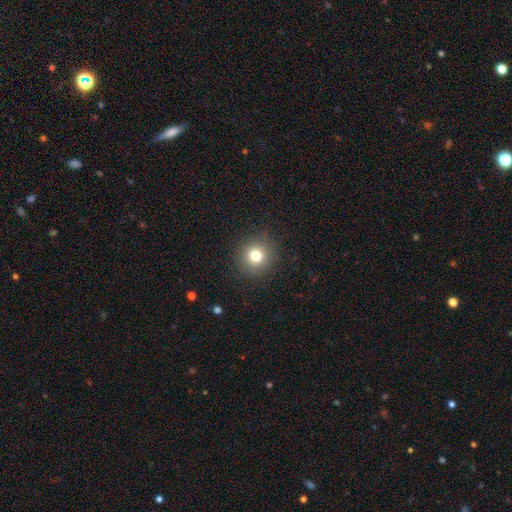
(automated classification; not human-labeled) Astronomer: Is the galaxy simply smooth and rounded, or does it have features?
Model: smooth — 78%.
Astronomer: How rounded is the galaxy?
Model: round — 91%.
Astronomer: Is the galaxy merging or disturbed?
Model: none — 90%.